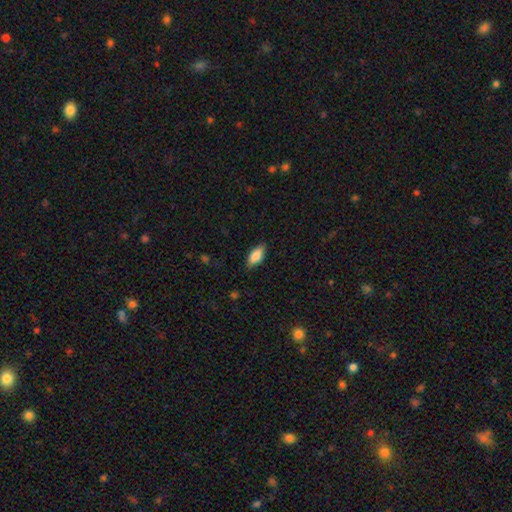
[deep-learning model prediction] Morphology: type=smooth (82%); roundness=in between (85%); merging=none (85%).